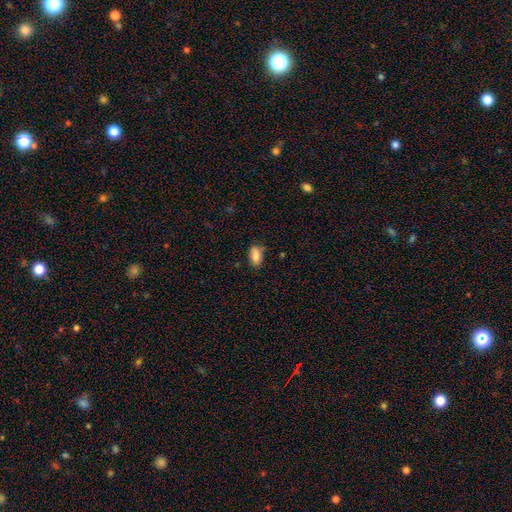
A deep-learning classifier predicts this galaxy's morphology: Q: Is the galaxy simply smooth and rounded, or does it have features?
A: smooth — 85%.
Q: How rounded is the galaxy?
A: in between — 90%.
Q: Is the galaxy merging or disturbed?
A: none — 76%.